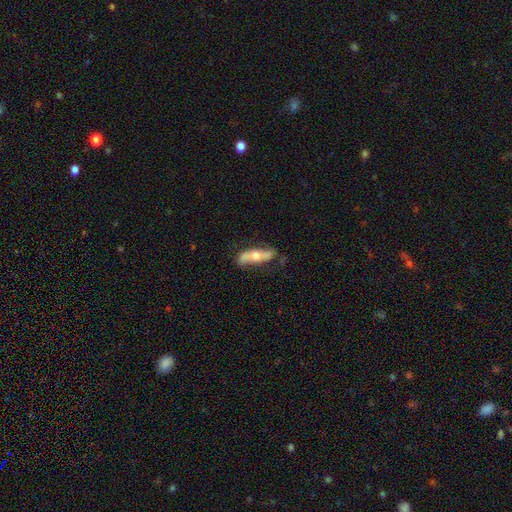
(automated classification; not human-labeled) The model was most divided on "edge-on disk": no: 54%, yes: 46%. More confident: merging — none (67%); smooth or featured — featured or disk (59%).